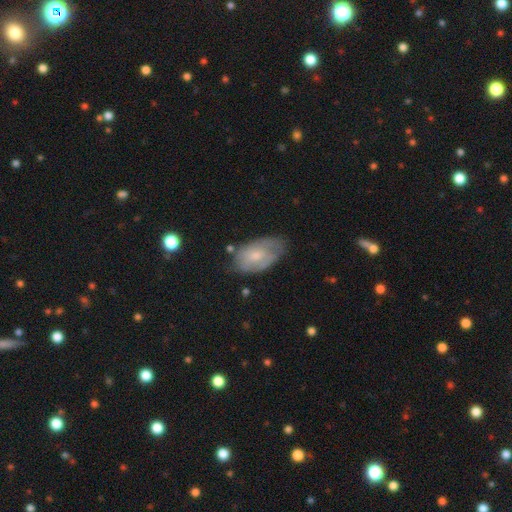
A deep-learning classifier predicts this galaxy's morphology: Smooth or featured: smooth — 52% (featured or disk — 41%)
How rounded: in between — 92% (round — 6%)
Merging: none — 56% (minor disturbance — 31%)